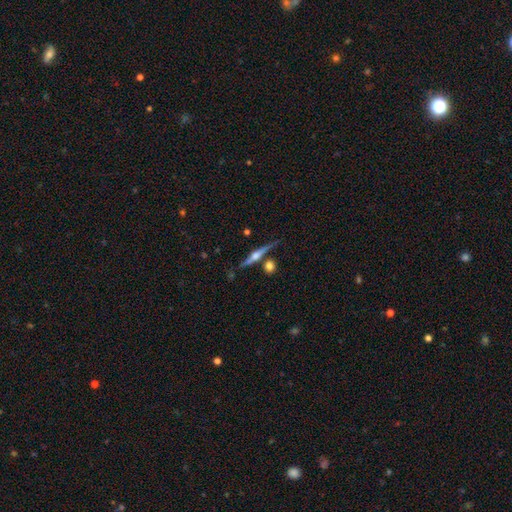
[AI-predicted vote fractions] Q: Smooth or featured?
A: featured or disk (79%); runner-up: smooth (14%)
Q: Edge-on disk?
A: yes (97%); runner-up: no (3%)
Q: Edge-on bulge?
A: rounded (91%); runner-up: boxy (6%)
Q: Merging?
A: none (77%); runner-up: minor disturbance (11%)